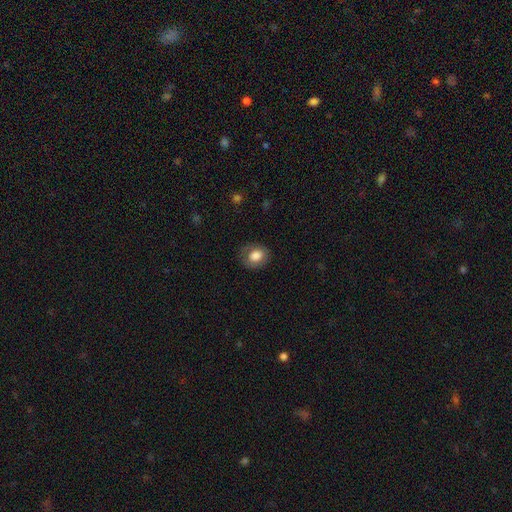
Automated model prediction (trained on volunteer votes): smooth_or_featured: smooth (p=0.76) [alt: featured or disk p=0.16]
how_rounded: in between (p=0.50) [alt: round p=0.49]
merging: none (p=0.77) [alt: minor disturbance p=0.16]